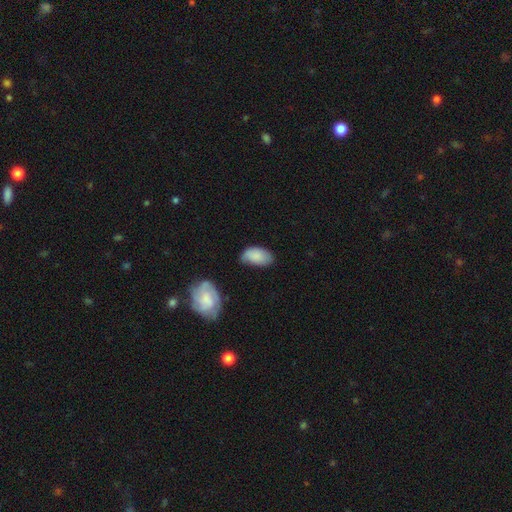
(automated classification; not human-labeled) Smooth or featured? smooth (80%)
How rounded? in between (94%)
Merging? none (53%)